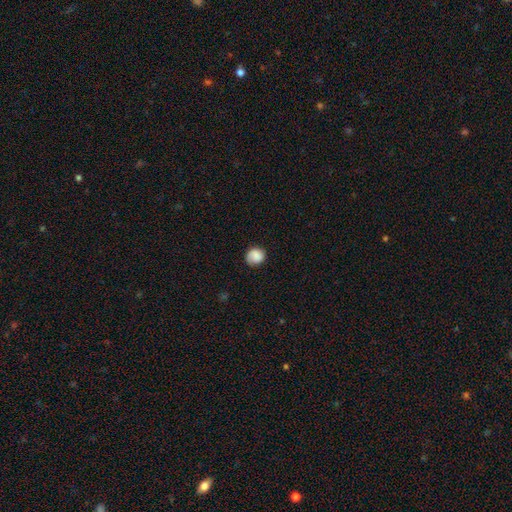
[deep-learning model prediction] Smooth or featured?
  - smooth: 83% *
  - featured or disk: 9%
  - star or artifact: 8%
How rounded?
  - round: 86% *
  - in between: 14%
  - cigar-shaped: 1%
Merging?
  - none: 78% *
  - minor disturbance: 16%
  - major disturbance: 4%
  - merger: 1%